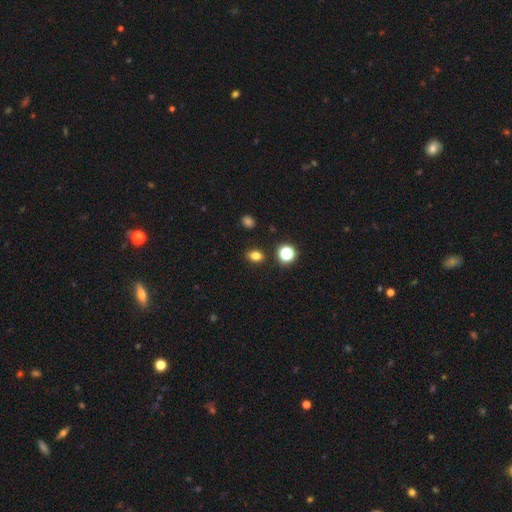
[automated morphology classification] A smooth galaxy with no disk features (78%) that is in between round and cigar-shaped (58%).

Vote fractions:
- Smooth or featured? smooth: 78% / star or artifact: 16% / featured or disk: 6%
- How rounded? in between: 58% / round: 40% / cigar-shaped: 1%
- Merging? none: 86% / minor disturbance: 8% / merger: 3% / major disturbance: 2%